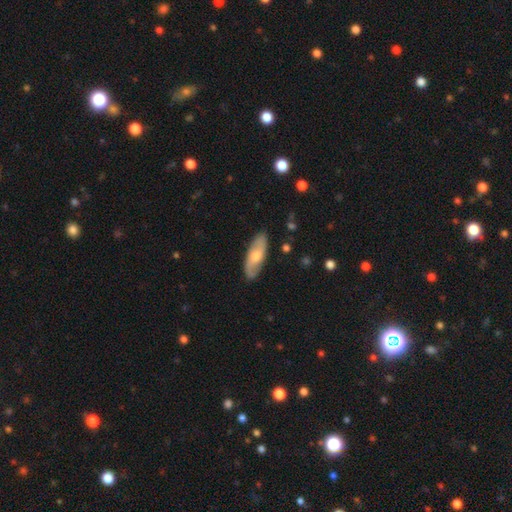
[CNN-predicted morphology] Overall: smooth (48%; featured or disk 47%). Merging: none (85%).